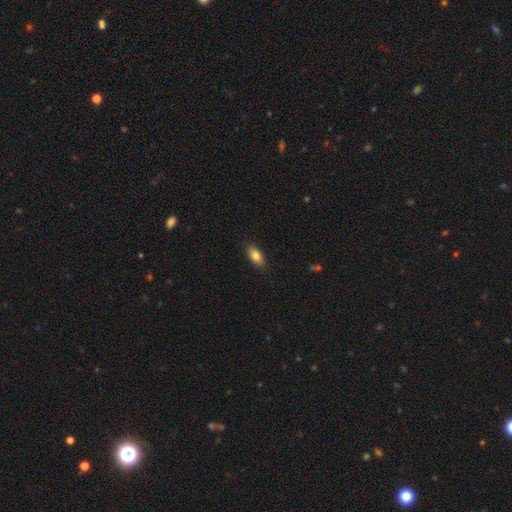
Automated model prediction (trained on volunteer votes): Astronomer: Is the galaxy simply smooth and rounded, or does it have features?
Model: smooth — 82%.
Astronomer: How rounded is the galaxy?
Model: in between — 87%.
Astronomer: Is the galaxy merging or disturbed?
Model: none — 87%.